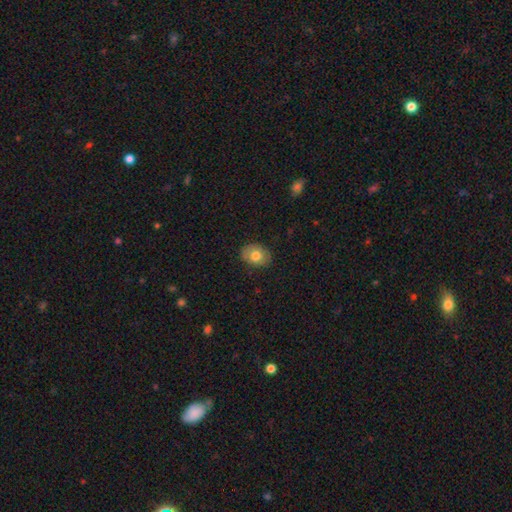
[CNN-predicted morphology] Smooth or featured? smooth (75%)
How rounded? in between (66%)
Merging? none (86%)